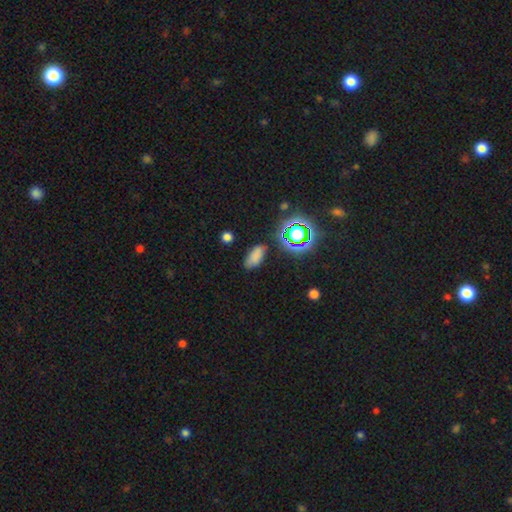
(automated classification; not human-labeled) Smooth or featured? Predicted: smooth (p=0.74). How rounded? Predicted: in between (p=0.89). Merging? Predicted: none (p=0.78).